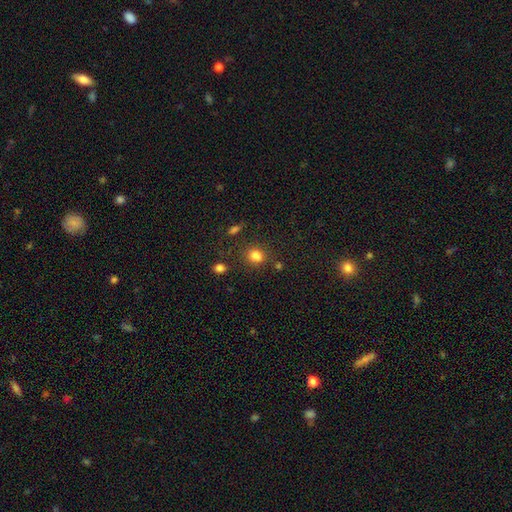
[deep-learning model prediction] Smooth or featured? Predicted: smooth (p=0.81). How rounded? Predicted: round (p=0.63). Merging? Predicted: none (p=0.76).